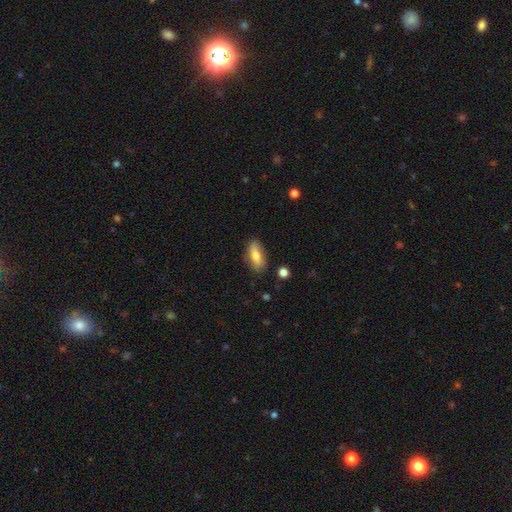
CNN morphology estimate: Smooth or featured? Predicted: smooth (p=0.68). How rounded? Predicted: in between (p=0.72). Merging? Predicted: none (p=0.83).